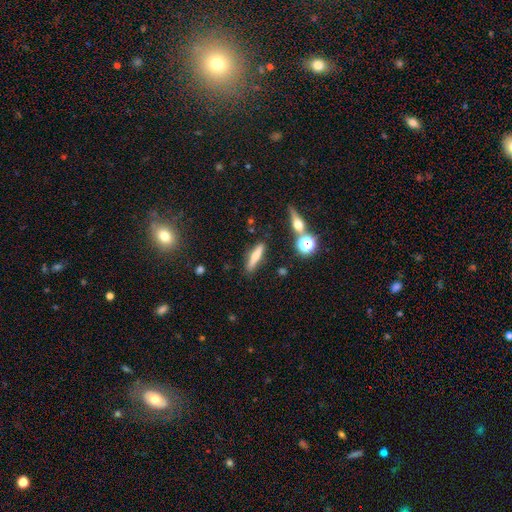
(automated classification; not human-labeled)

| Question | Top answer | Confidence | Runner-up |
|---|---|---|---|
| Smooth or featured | smooth | 59% | featured or disk (31%) |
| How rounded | cigar-shaped | 82% | in between (15%) |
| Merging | none | 80% | minor disturbance (12%) |